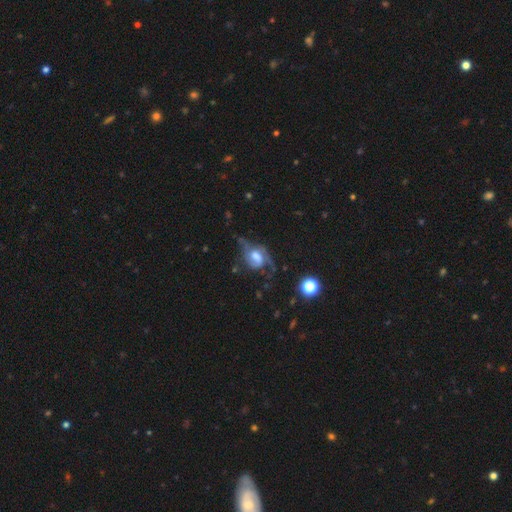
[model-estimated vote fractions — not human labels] The model was most divided on "bar": no: 46%, weak: 43%, strong: 11%. Remaining: edge-on disk — no (97%); spiral arms — yes (89%); smooth or featured — featured or disk (72%); spiral arm count — 2 (70%); spiral winding — medium (42%); bulge size — moderate (41%); merging — none (39%).